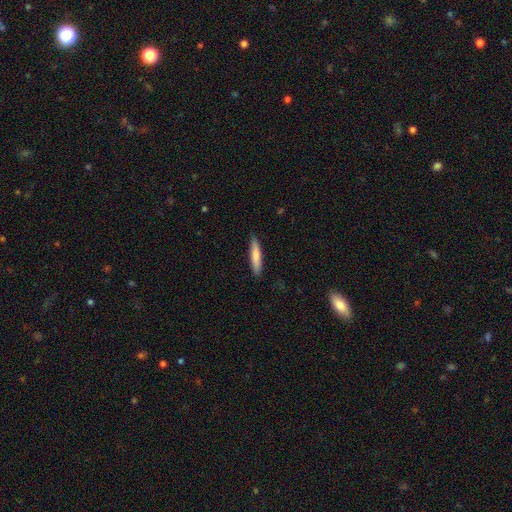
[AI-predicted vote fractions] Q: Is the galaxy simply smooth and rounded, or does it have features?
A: smooth — 79%.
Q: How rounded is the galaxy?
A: cigar-shaped — 87%.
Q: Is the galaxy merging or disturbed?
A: none — 88%.